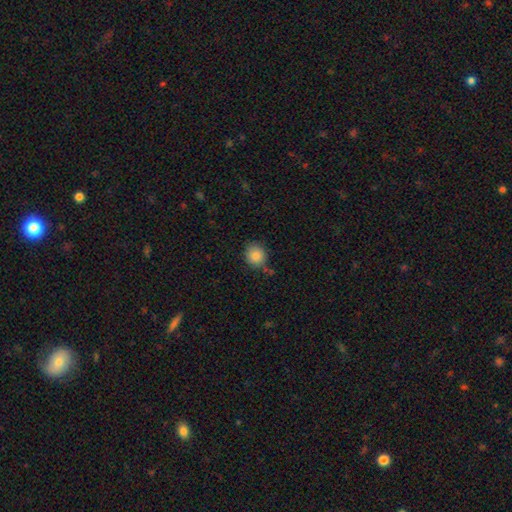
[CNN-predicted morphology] A smooth galaxy with no disk features (86%) that is round (85%). Merging: none (75%).